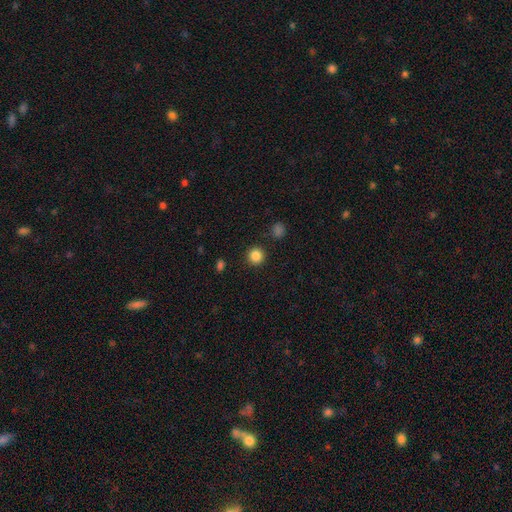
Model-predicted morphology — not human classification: smooth_or_featured: smooth (p=0.85) [alt: star or artifact p=0.11]
how_rounded: round (p=0.94) [alt: in between p=0.05]
merging: none (p=0.91) [alt: minor disturbance p=0.05]